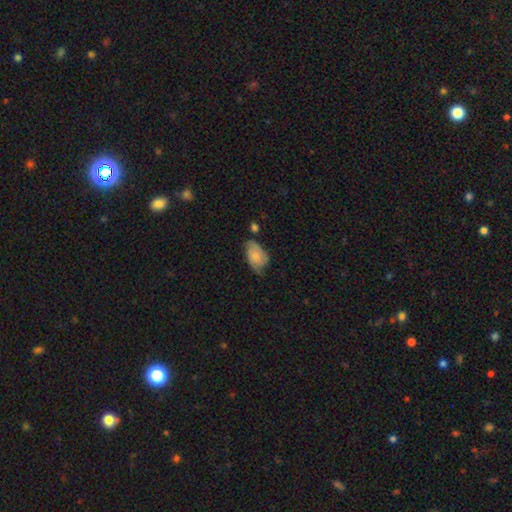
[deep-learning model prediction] Smooth or featured? Predicted: smooth (p=0.70). How rounded? Predicted: in between (p=0.90). Merging? Predicted: none (p=0.41, tied with minor disturbance).